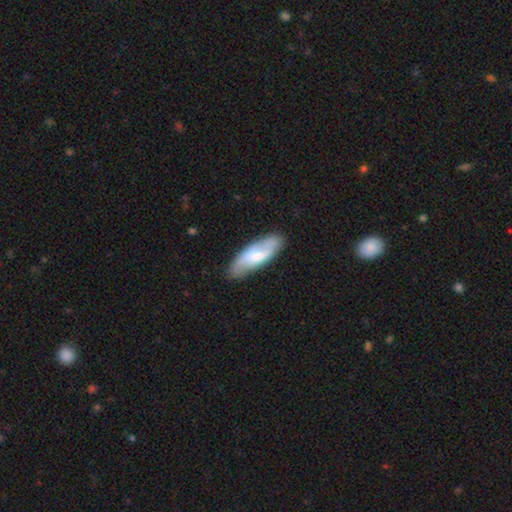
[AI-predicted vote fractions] A smooth galaxy with no disk features (47%, tied with featured or disk). Merging: none (81%).